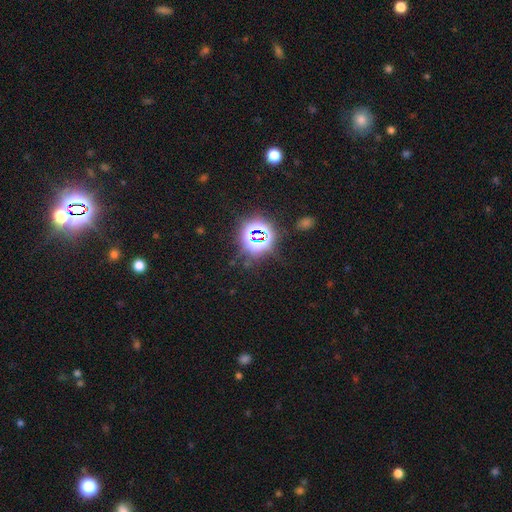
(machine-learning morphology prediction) type=star or artifact (81%).